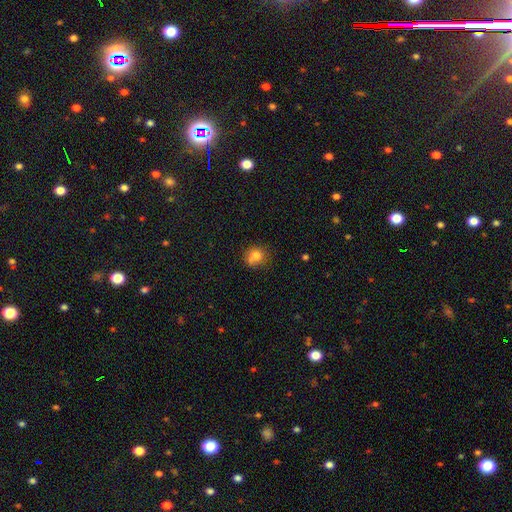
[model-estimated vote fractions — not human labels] The model was most divided on "merging": none: 54%, merger: 25%, minor disturbance: 16%, major disturbance: 5%. More confident: how rounded — round (78%); smooth or featured — smooth (75%).